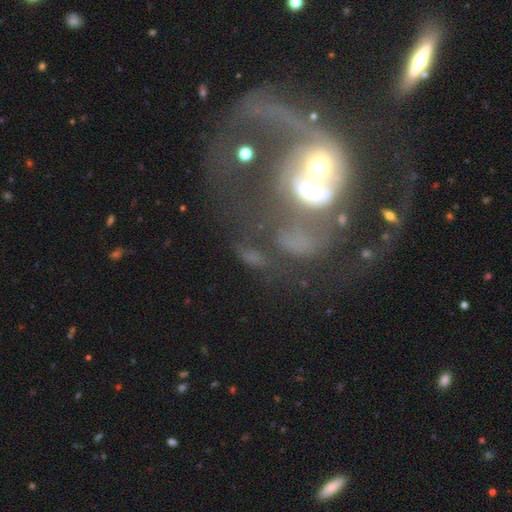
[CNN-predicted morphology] This is likely a featured or disk galaxy (63%). It is clearly not viewed edge-on (96%). Bar: likely no (75%). Spiral arm pattern: possibly no (53%). Central bulge: possibly moderate (56%). Merging: likely merger (64%).